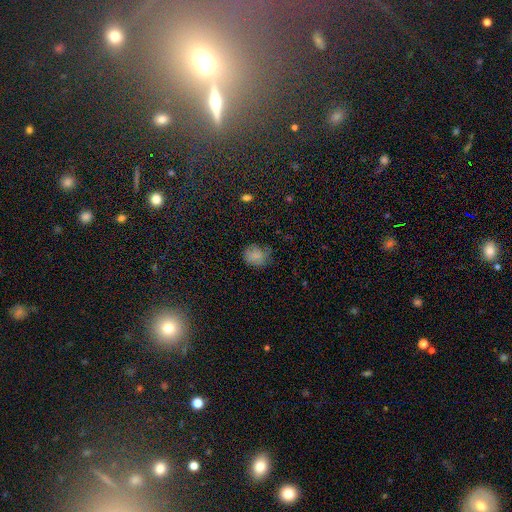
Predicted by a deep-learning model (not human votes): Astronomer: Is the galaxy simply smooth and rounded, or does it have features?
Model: smooth — 77%.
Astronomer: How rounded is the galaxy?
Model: round — 66%.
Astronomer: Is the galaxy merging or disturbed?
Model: none — 61%.